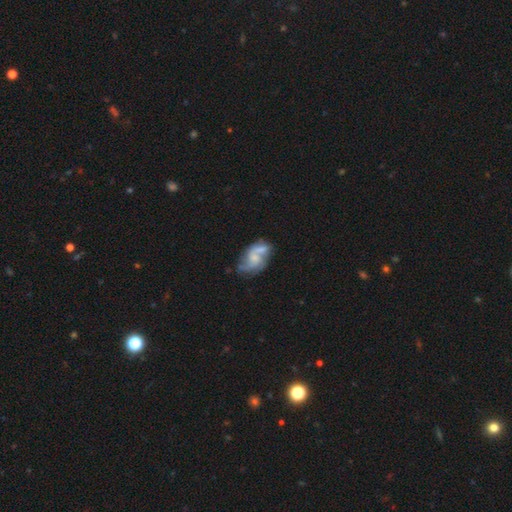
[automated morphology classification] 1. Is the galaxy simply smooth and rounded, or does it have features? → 69% featured or disk, 24% smooth, 7% star or artifact.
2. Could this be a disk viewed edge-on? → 97% no, 3% yes.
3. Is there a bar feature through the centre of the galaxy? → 60% no, 34% weak, 7% strong.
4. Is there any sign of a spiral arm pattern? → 81% yes, 19% no.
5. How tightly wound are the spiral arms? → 45% loose, 41% medium, 14% tight.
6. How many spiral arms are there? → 63% 2, 14% 3, 13% can't tell, 5% 1, 3% 4, 2% more than 4.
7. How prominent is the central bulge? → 41% small, 28% none, 26% moderate, 4% large, 1% dominant.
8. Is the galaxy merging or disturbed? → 40% none, 23% minor disturbance, 19% merger, 18% major disturbance.